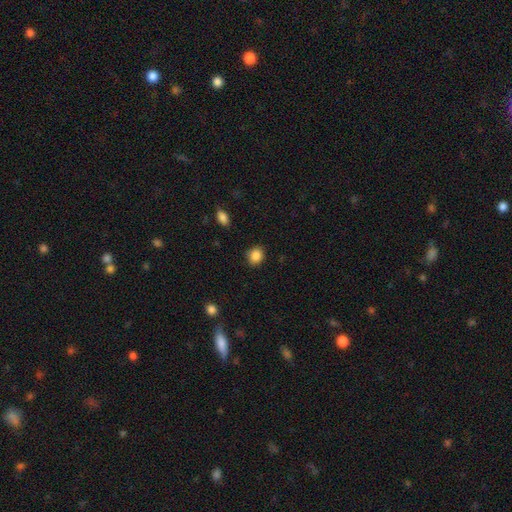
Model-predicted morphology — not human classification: Smooth or featured: smooth — 87% (star or artifact — 10%)
How rounded: round — 75% (in between — 24%)
Merging: none — 88% (minor disturbance — 9%)